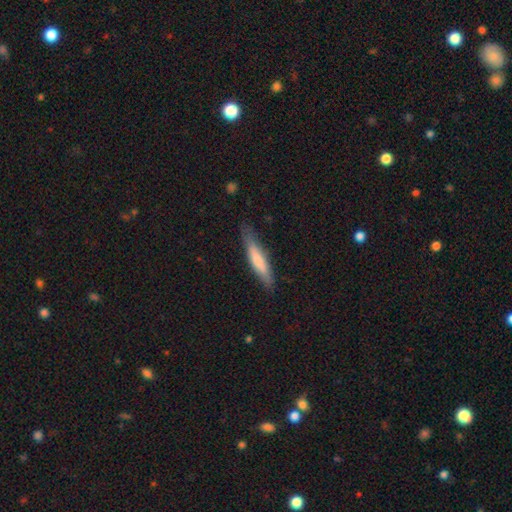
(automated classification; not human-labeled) smooth_or_featured: smooth (p=0.65) [alt: featured or disk p=0.29]
how_rounded: cigar-shaped (p=0.89) [alt: in between p=0.10]
merging: none (p=0.81) [alt: minor disturbance p=0.15]